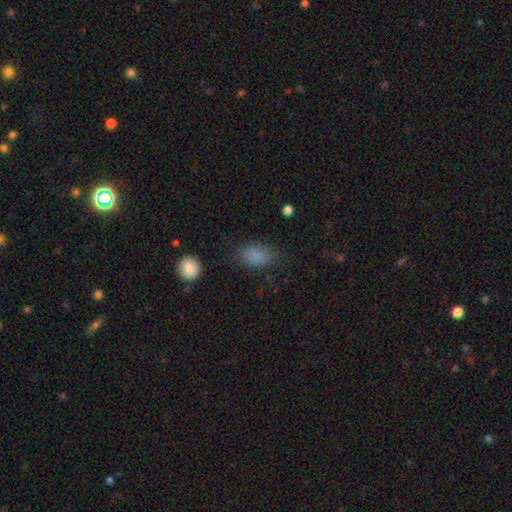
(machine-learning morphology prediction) smooth_or_featured: smooth (p=0.85) [alt: star or artifact p=0.10]
how_rounded: in between (p=0.85) [alt: round p=0.13]
merging: none (p=0.78) [alt: minor disturbance p=0.15]